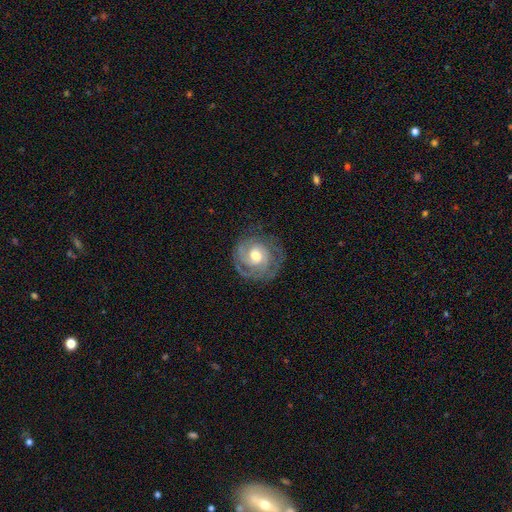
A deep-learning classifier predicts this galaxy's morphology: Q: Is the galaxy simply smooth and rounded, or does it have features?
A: featured or disk — 85%.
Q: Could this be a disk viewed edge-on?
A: no — 98%.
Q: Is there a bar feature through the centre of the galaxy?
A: no — 62%.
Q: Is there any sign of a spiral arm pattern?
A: yes — 95%.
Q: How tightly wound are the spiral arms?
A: tight — 71%.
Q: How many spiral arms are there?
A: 2 — 30%.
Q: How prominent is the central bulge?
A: moderate — 71%.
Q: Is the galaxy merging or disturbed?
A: none — 75%.